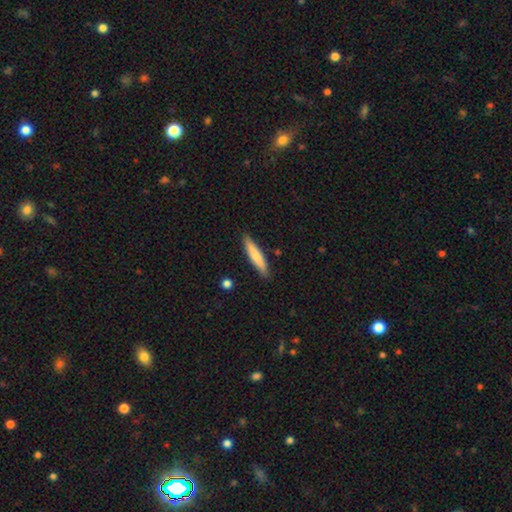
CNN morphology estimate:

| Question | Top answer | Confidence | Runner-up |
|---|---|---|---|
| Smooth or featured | smooth | 74% | featured or disk (21%) |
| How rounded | cigar-shaped | 89% | in between (10%) |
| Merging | none | 89% | minor disturbance (8%) |